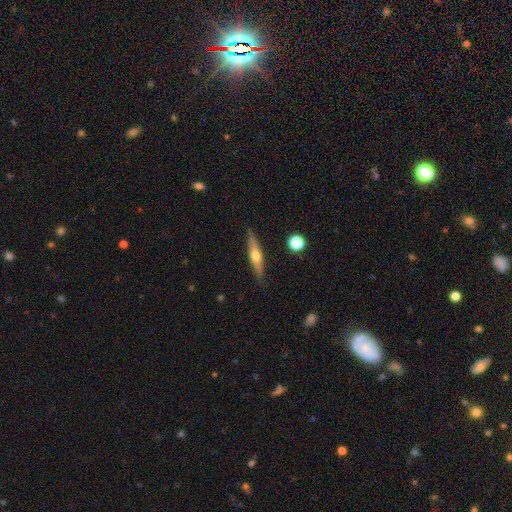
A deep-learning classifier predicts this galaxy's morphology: Smooth or featured: featured or disk — 54% (smooth — 39%)
Edge-on disk: yes — 93% (no — 7%)
Edge-on bulge: rounded — 89% (none — 7%)
Merging: none — 87% (minor disturbance — 9%)